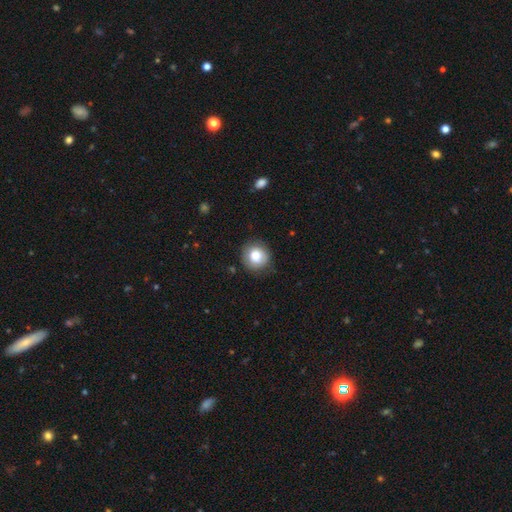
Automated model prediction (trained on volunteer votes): The model was most divided on "smooth or featured": smooth: 81%, featured or disk: 10%, star or artifact: 9%. More confident: how rounded — round (90%); merging — none (84%).